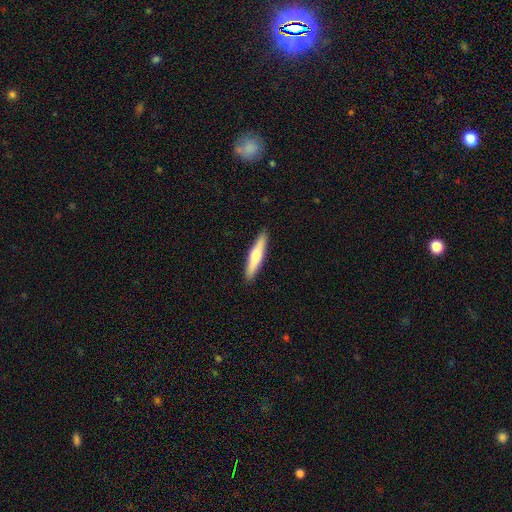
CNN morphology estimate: The model was most divided on "smooth or featured": smooth: 58%, featured or disk: 37%, star or artifact: 5%. More confident: merging — none (91%); how rounded — cigar-shaped (87%).